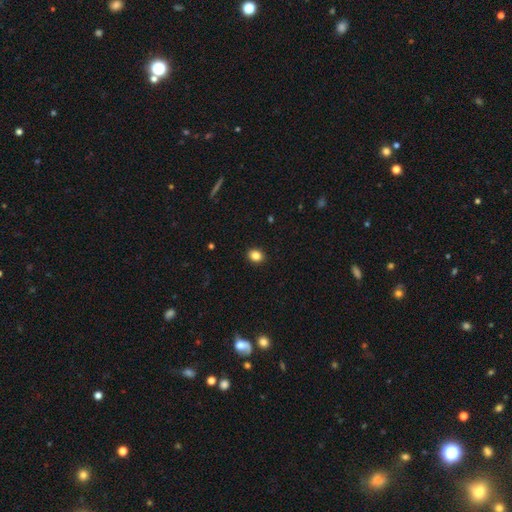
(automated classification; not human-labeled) Overall: smooth (85%). How rounded: round (54%; in between 45%). Merging: none (91%).